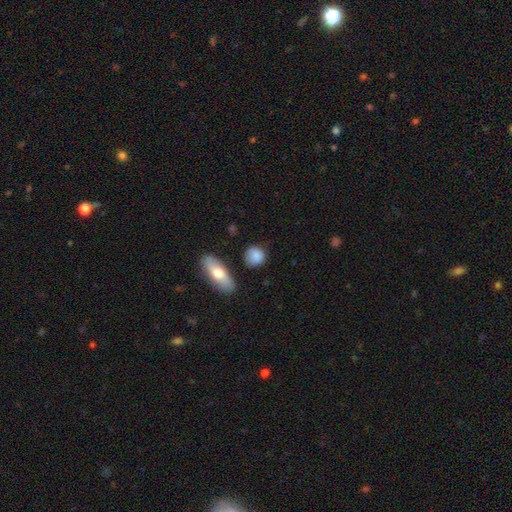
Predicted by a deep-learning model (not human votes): Morphology: type=smooth (85%); roundness=round (74%); merging=none (78%).